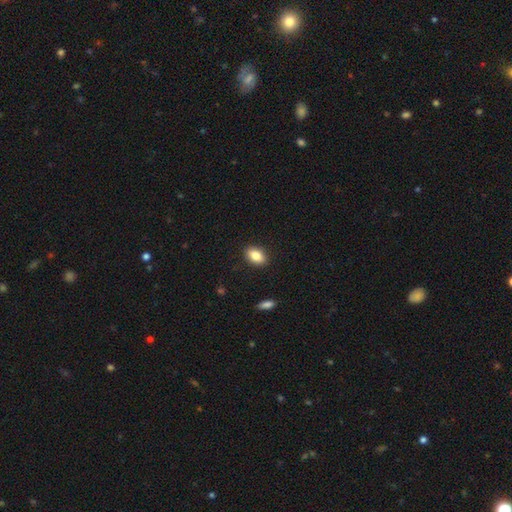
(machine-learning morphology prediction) This appears to be a smooth galaxy with no disk features (83%) that is in between round and cigar-shaped (88%). Merging: none (89%).